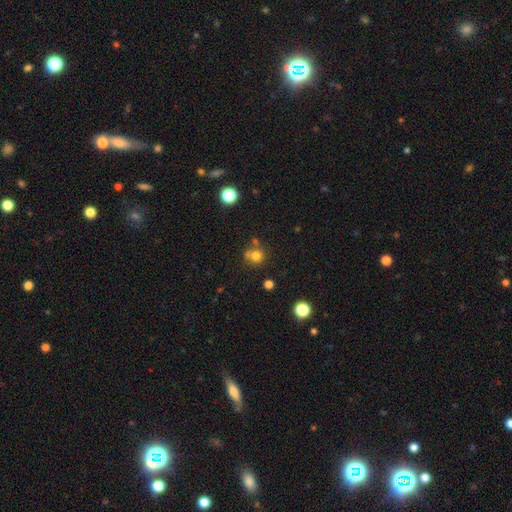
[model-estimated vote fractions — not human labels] Q: Smooth or featured?
A: smooth (75%); runner-up: star or artifact (15%)
Q: How rounded?
A: round (88%); runner-up: in between (11%)
Q: Merging?
A: none (62%); runner-up: merger (21%)